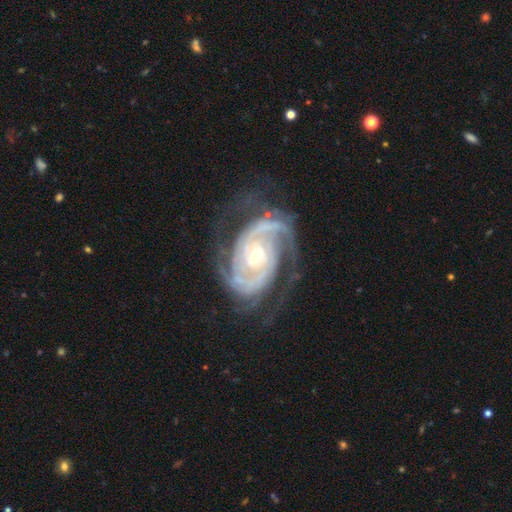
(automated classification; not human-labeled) A featured or disk galaxy (92%) with no bar (55%), 2 (63%) tight (57%) spiral arms (98%) and a small central bulge (48%).

Vote fractions:
- Smooth or featured? featured or disk: 92% / star or artifact: 4% / smooth: 3%
- Edge-on disk? no: 97% / yes: 3%
- Bar? no: 55% / weak: 33% / strong: 12%
- Spiral arms? yes: 98% / no: 2%
- Spiral winding? tight: 57% / medium: 36% / loose: 7%
- Spiral arm count? 2: 63% / 3: 16% / can't tell: 9% / 4: 5% / 1: 4% / more than 4: 4%
- Bulge size? small: 48% / moderate: 47% / large: 3% / none: 1% / dominant: 1%
- Merging? none: 69% / minor disturbance: 18% / major disturbance: 11% / merger: 2%